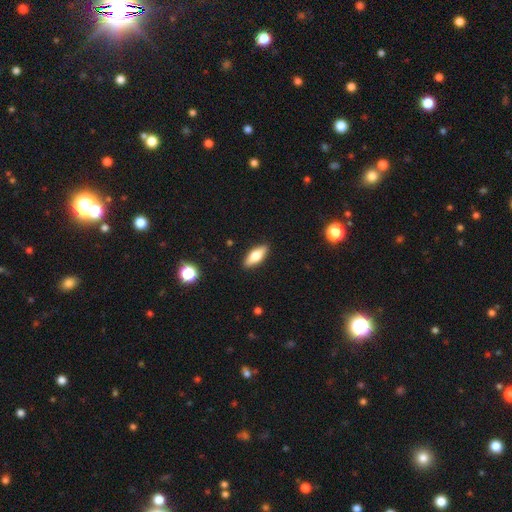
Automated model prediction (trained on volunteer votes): Q: Smooth or featured?
A: smooth (64%); runner-up: featured or disk (29%)
Q: How rounded?
A: in between (70%); runner-up: cigar-shaped (28%)
Q: Merging?
A: none (89%); runner-up: minor disturbance (8%)